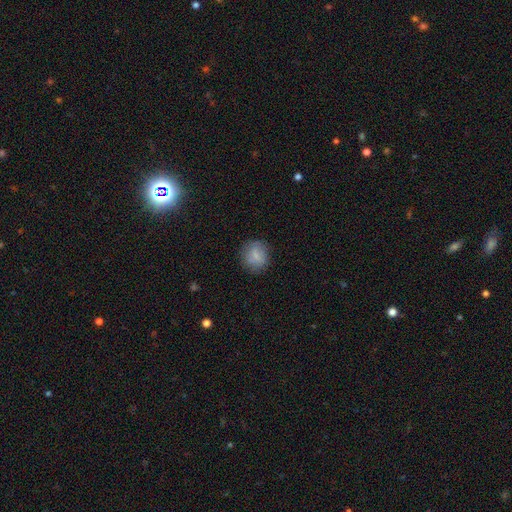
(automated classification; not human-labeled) Morphology: type=smooth (79%); roundness=round (77%); merging=none (79%).